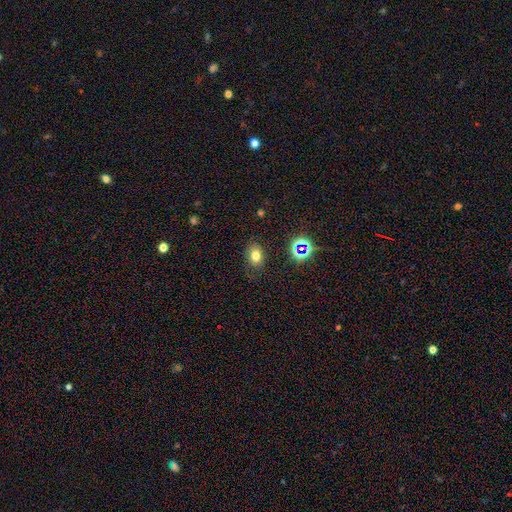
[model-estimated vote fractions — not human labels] smooth_or_featured: smooth (p=0.72) [alt: star or artifact p=0.18]
how_rounded: in between (p=0.73) [alt: round p=0.26]
merging: none (p=0.79) [alt: minor disturbance p=0.15]